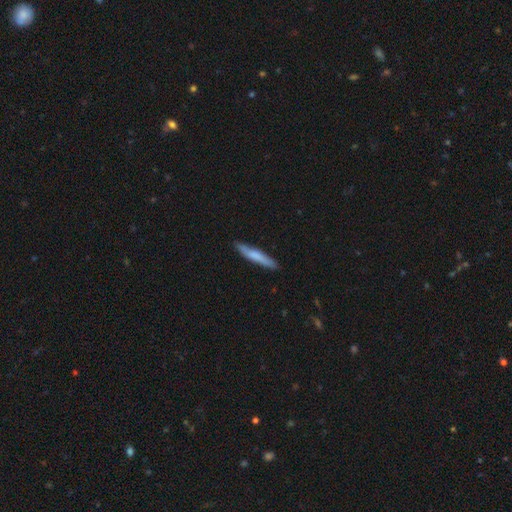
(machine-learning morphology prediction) smooth 66%, featured or disk 29%, star or artifact 5%. Down the decision tree: how rounded — cigar-shaped (92%); merging — none (85%).